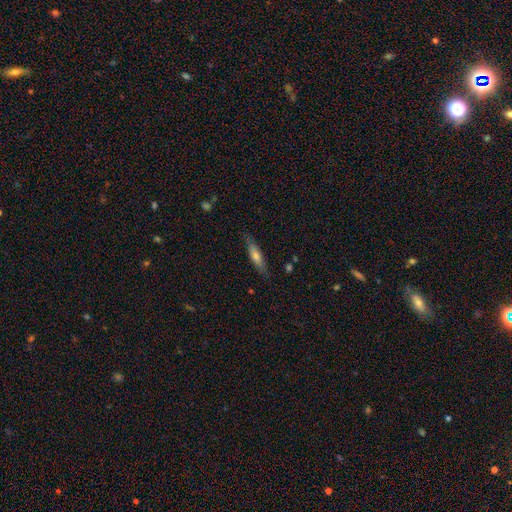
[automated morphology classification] Overall: smooth (55%; featured or disk 38%). How rounded: cigar-shaped (74%). Merging: none (80%).